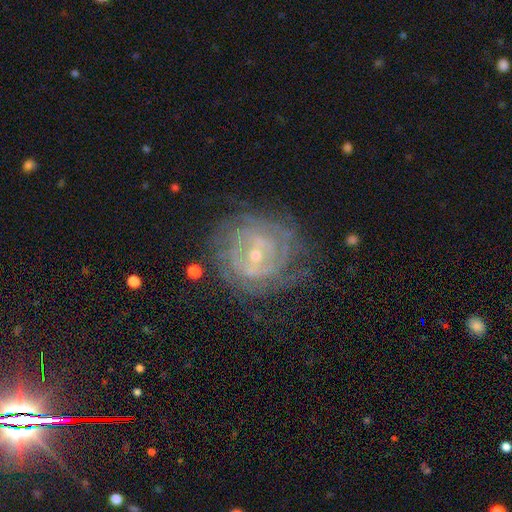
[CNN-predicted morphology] featured or disk 81%, smooth 11%, star or artifact 8%. Down the decision tree: edge-on disk — no (97%); bar — weak (45%); spiral arms — yes (86%); spiral arm count — can't tell (49%); spiral winding — tight (72%); bulge size — small (72%); merging — none (71%).